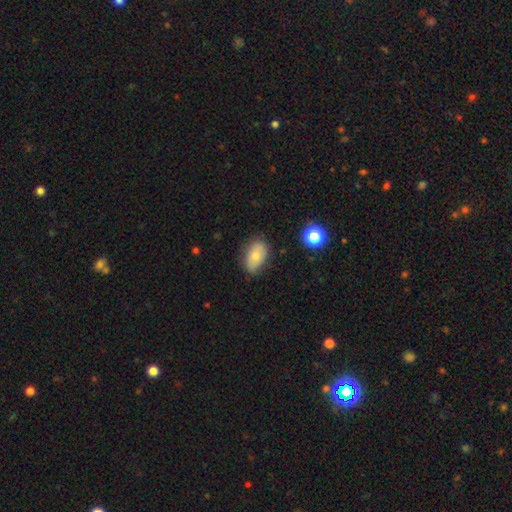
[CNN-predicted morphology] type=smooth (75%); roundness=in between (89%); merging=none (75%).